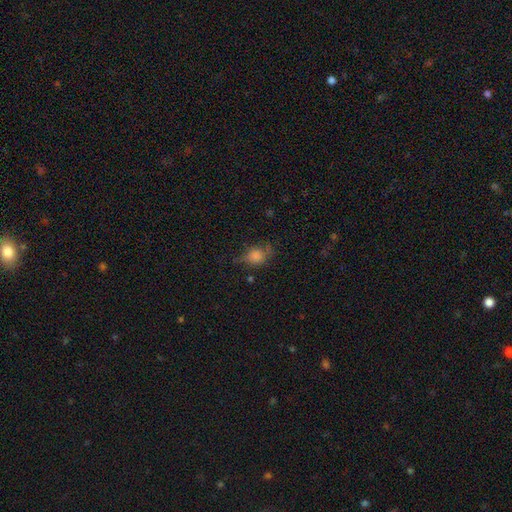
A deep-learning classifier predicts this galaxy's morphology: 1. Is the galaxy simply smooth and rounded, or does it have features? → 70% smooth, 15% featured or disk, 15% star or artifact.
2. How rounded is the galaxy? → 52% round, 45% in between, 3% cigar-shaped.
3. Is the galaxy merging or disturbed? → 55% none, 29% minor disturbance, 14% major disturbance, 2% merger.